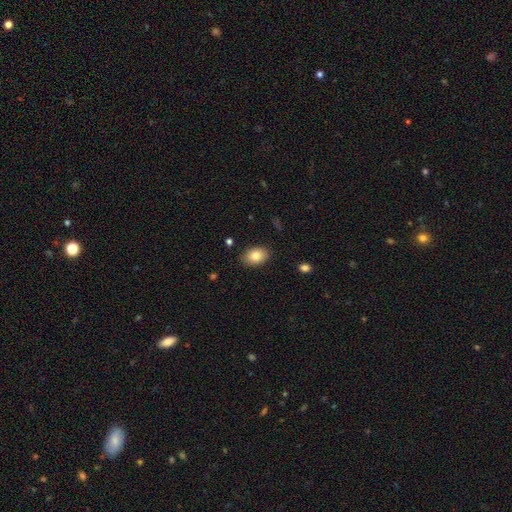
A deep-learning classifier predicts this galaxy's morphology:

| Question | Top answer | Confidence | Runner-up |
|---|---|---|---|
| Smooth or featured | smooth | 82% | featured or disk (10%) |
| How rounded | in between | 82% | round (16%) |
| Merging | none | 86% | minor disturbance (10%) |